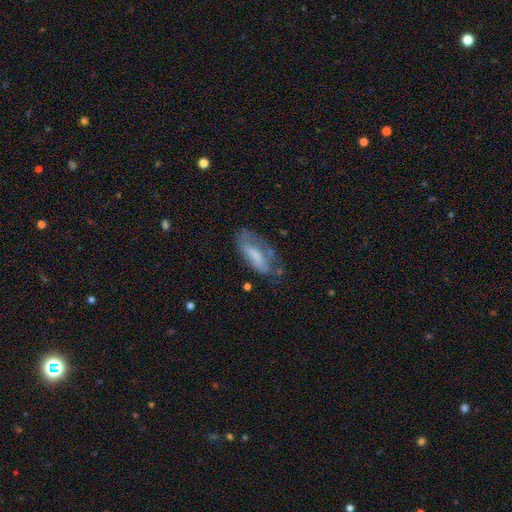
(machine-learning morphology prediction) A smooth galaxy with no disk features (56%) that is in between round and cigar-shaped (74%). Merging: none (44%).